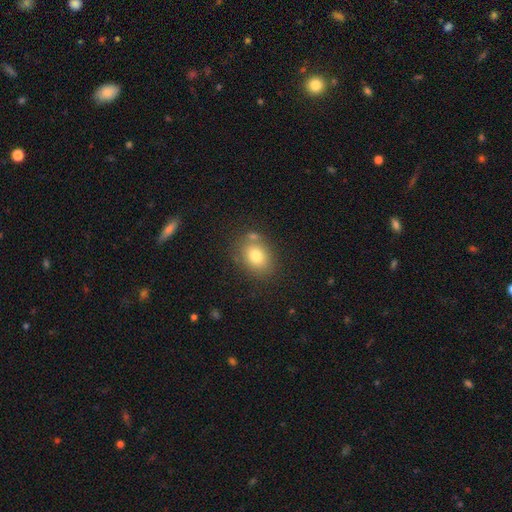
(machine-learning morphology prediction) smooth 77%, featured or disk 12%, star or artifact 11%. Down the decision tree: how rounded — in between (55%); merging — none (70%).